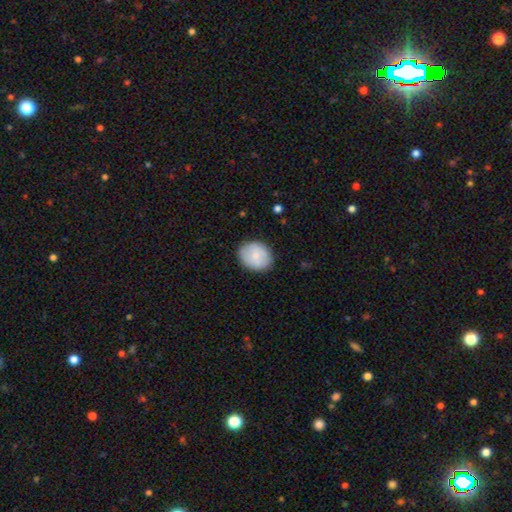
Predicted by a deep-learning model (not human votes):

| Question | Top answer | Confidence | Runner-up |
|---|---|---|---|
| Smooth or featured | smooth | 80% | featured or disk (14%) |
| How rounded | round | 61% | in between (38%) |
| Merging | none | 85% | minor disturbance (12%) |